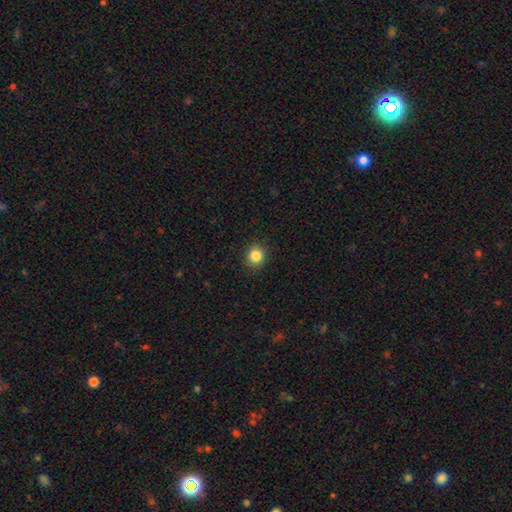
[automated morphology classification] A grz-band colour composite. It shows a smooth galaxy with no disk features (85%) that is round (86%). Merging: none (89%).